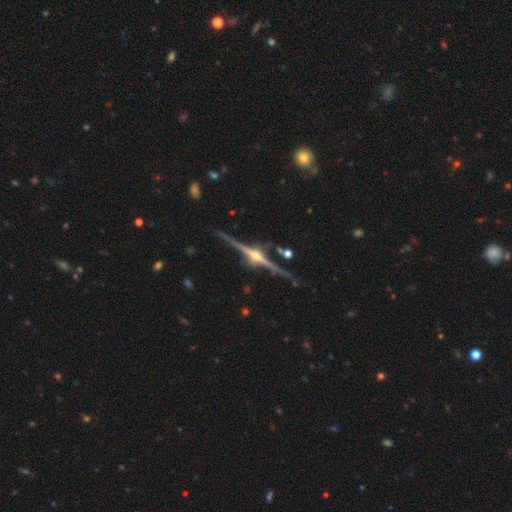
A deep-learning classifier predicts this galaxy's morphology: smooth_or_featured: featured or disk (p=0.91) [alt: star or artifact p=0.06]
disk_edge_on: yes (p=0.98) [alt: no p=0.02]
edge_on_bulge: rounded (p=0.96) [alt: boxy p=0.03]
merging: none (p=0.87) [alt: minor disturbance p=0.09]